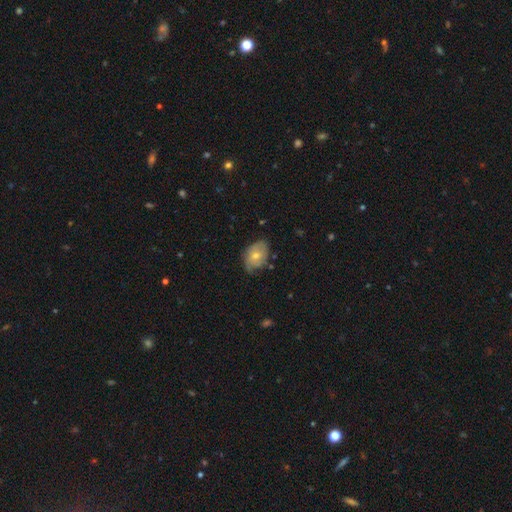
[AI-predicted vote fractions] Smooth or featured? Predicted: smooth (p=0.53). How rounded? Predicted: in between (p=0.79). Merging? Predicted: none (p=0.58).